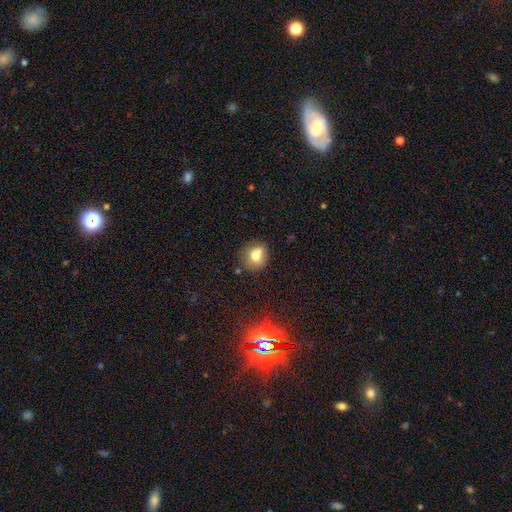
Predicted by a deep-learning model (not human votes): A smooth galaxy with no disk features (73%) that is round (78%). Merging: none (61%).